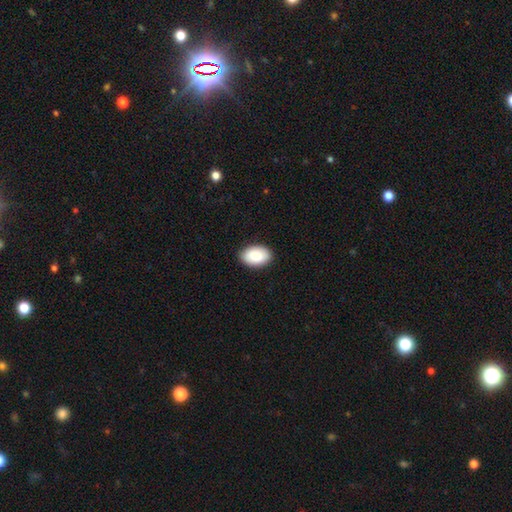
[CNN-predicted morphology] A smooth galaxy with no disk features (88%) that is in between round and cigar-shaped (91%).

Vote fractions:
- Smooth or featured? smooth: 88% / star or artifact: 6% / featured or disk: 6%
- How rounded? in between: 91% / round: 8% / cigar-shaped: 1%
- Merging? none: 90% / minor disturbance: 8% / major disturbance: 2% / merger: 1%